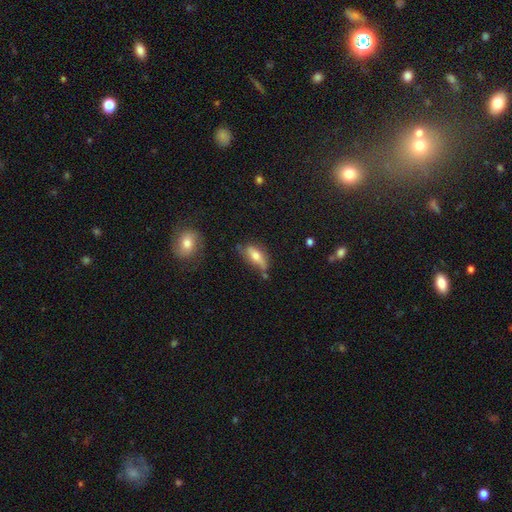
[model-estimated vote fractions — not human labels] A smooth galaxy with no disk features (56%) that is in between round and cigar-shaped (66%).

Vote fractions:
- Smooth or featured? smooth: 56% / featured or disk: 36% / star or artifact: 8%
- How rounded? in between: 66% / cigar-shaped: 30% / round: 4%
- Merging? none: 49% / minor disturbance: 31% / major disturbance: 12% / merger: 8%